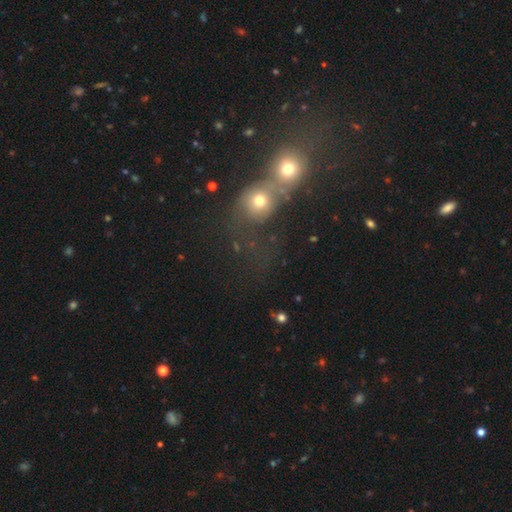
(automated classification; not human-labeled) Morphology: type=smooth (47%); merging=merger (75%).